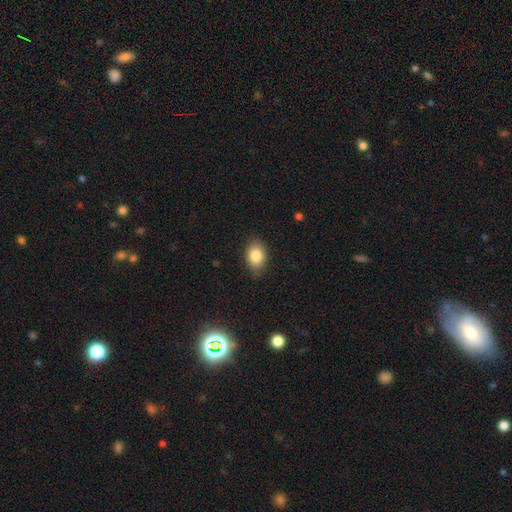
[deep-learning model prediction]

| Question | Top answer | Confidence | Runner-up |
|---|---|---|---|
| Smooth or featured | smooth | 84% | star or artifact (8%) |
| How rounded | in between | 81% | round (18%) |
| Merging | none | 82% | minor disturbance (14%) |